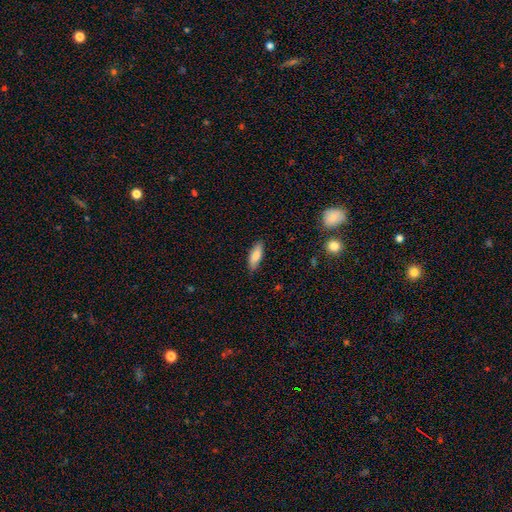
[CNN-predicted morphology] Smooth or featured? smooth (80%)
How rounded? in between (66%)
Merging? none (85%)